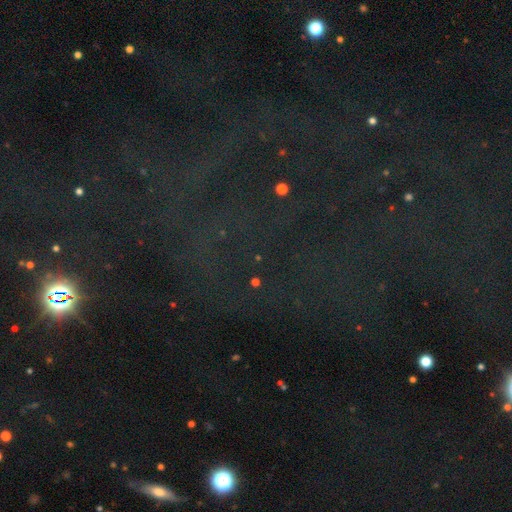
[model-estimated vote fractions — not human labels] Smooth or featured? star or artifact (78%)